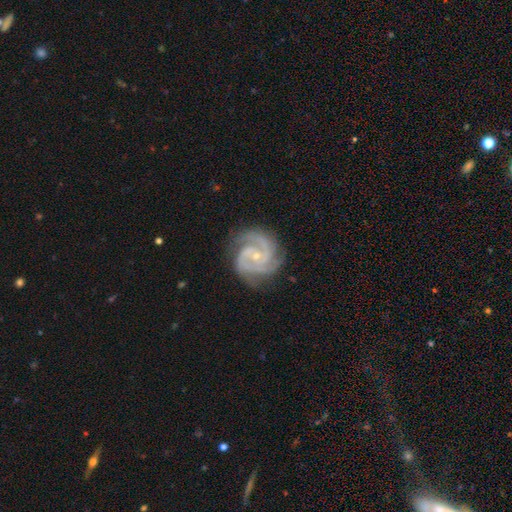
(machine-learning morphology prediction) The model was most divided on "spiral winding": tight: 58%, medium: 38%, loose: 4%. More confident: spiral arms — yes (99%); edge-on disk — no (98%); smooth or featured — featured or disk (93%); merging — none (78%); bulge size — small (76%); bar — no (64%); spiral arm count — 3 (54%).